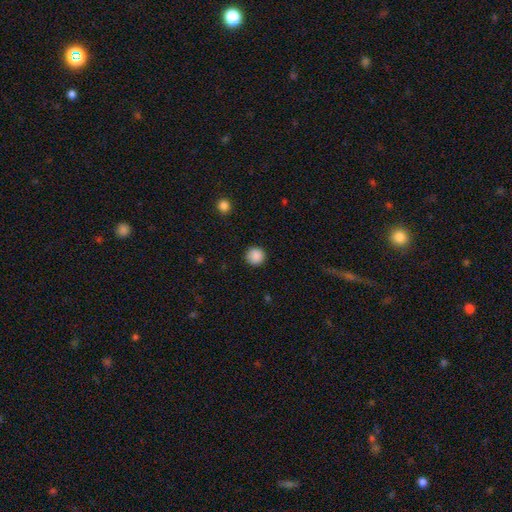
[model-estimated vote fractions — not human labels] Smooth or featured? Predicted: smooth (p=0.88). How rounded? Predicted: round (p=0.95). Merging? Predicted: none (p=0.91).